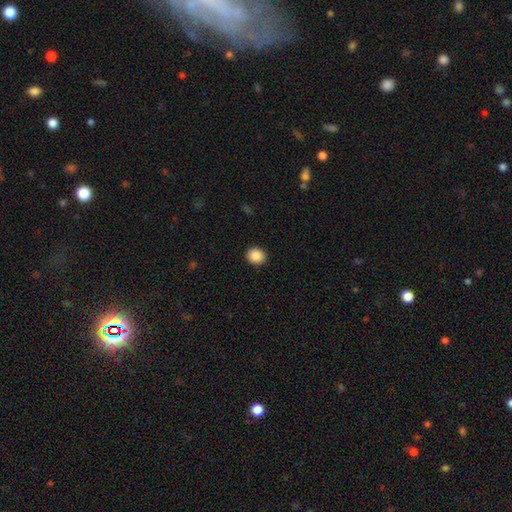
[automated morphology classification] Q: Smooth or featured?
A: smooth (89%); runner-up: star or artifact (8%)
Q: How rounded?
A: round (76%); runner-up: in between (24%)
Q: Merging?
A: none (92%); runner-up: minor disturbance (5%)